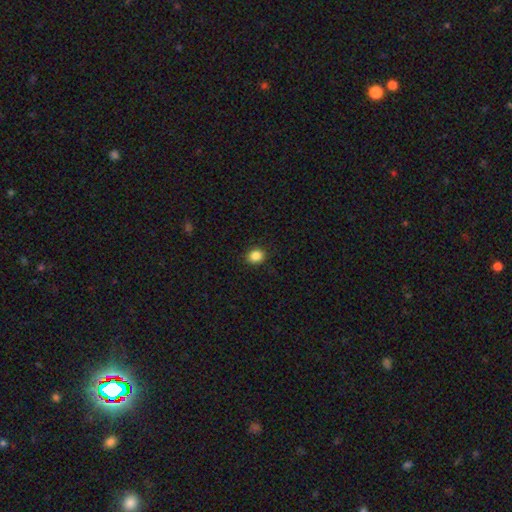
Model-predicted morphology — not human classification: This is clearly a smooth galaxy (87%). How rounded: possibly round (60%). Merging: clearly none (89%).